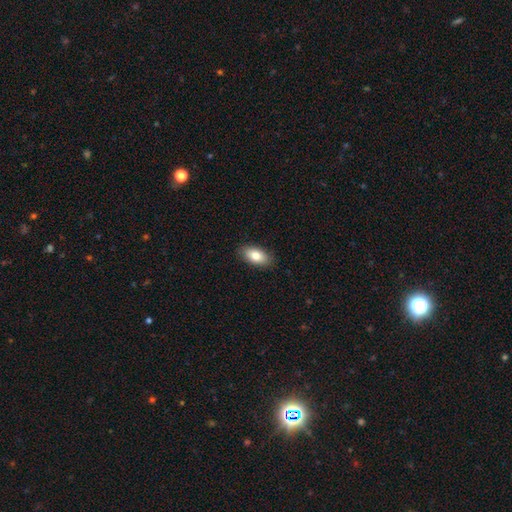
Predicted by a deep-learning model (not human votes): Morphology: type=smooth (82%); roundness=in between (92%); merging=none (88%).